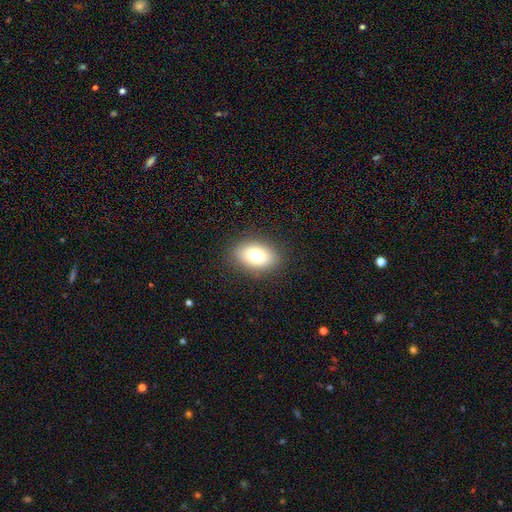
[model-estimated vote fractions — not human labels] Q: Smooth or featured?
A: smooth (76%); runner-up: featured or disk (14%)
Q: How rounded?
A: in between (85%); runner-up: round (13%)
Q: Merging?
A: none (86%); runner-up: minor disturbance (10%)